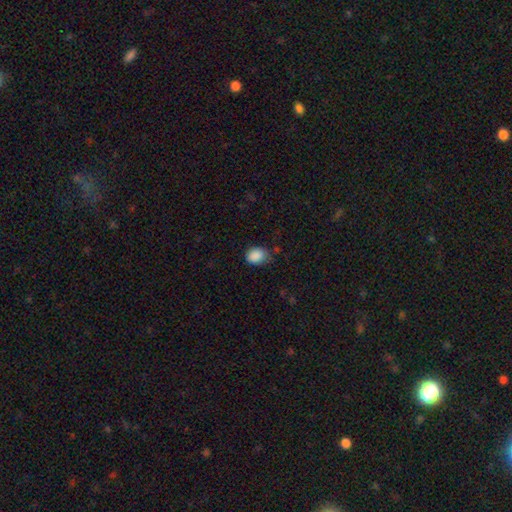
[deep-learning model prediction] A smooth galaxy with no disk features (88%) that is in between round and cigar-shaped (62%).

Vote fractions:
- Smooth or featured? smooth: 88% / star or artifact: 8% / featured or disk: 4%
- How rounded? in between: 62% / round: 37% / cigar-shaped: 1%
- Merging? none: 65% / minor disturbance: 28% / major disturbance: 5% / merger: 2%